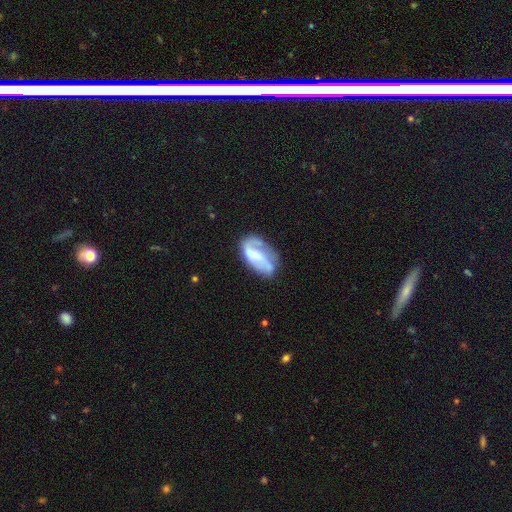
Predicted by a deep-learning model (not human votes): Smooth or featured?
  - featured or disk: 59% *
  - smooth: 35%
  - star or artifact: 7%
Edge-on disk?
  - no: 96% *
  - yes: 4%
Bar?
  - no: 44% *
  - weak: 35%
  - strong: 21%
Spiral arms?
  - yes: 72% *
  - no: 28%
Bulge size?
  - small: 38% *
  - moderate: 26%
  - none: 26%
  - large: 7%
  - dominant: 2%
Merging?
  - none: 47% *
  - minor disturbance: 28%
  - major disturbance: 20%
  - merger: 6%